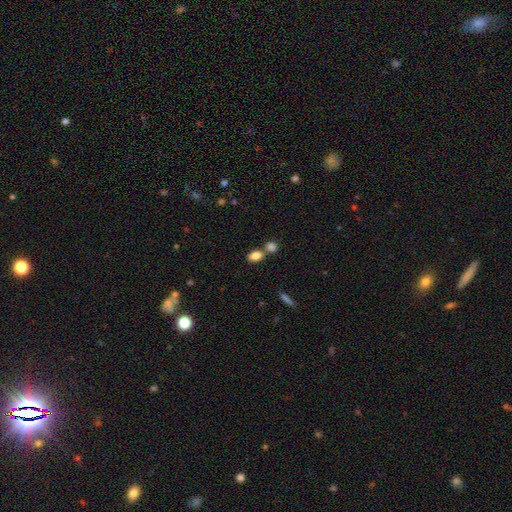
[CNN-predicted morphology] This is clearly a smooth galaxy (83%). How rounded: clearly in between (84%). Merging: possibly none (52%).